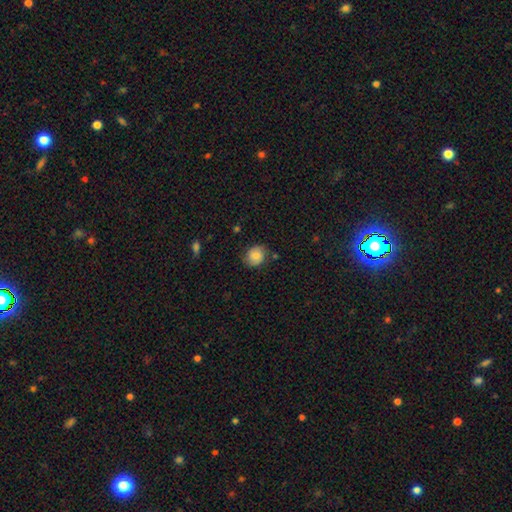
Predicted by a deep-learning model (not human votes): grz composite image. It shows a smooth galaxy with no disk features (66%) that is round (71%). Merging: none (77%).